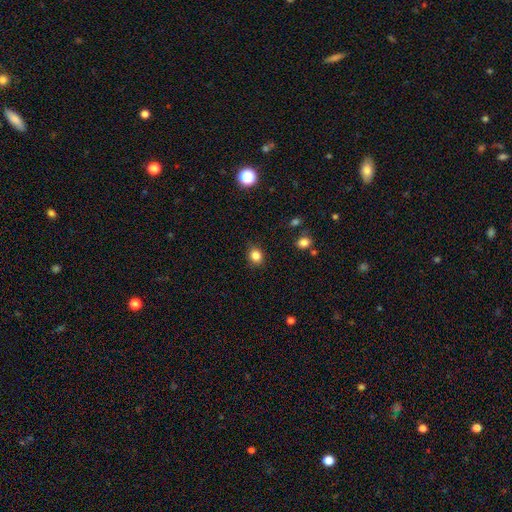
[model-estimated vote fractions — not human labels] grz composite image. It shows a smooth galaxy with no disk features (84%) that is round (69%). Merging: none (85%).